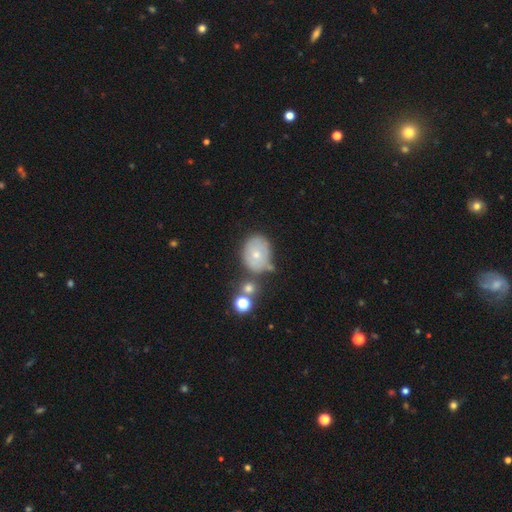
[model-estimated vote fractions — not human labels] This appears to be a smooth galaxy with no disk features (57%) that is in between round and cigar-shaped (57%). Merging: none (50%).